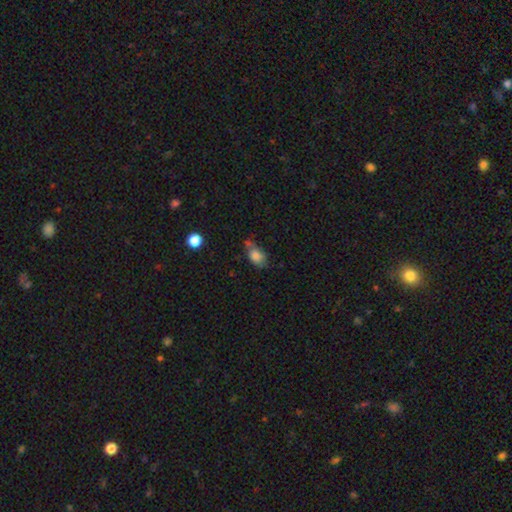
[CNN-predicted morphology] Q: Smooth or featured?
A: smooth (79%); runner-up: featured or disk (12%)
Q: How rounded?
A: in between (76%); runner-up: round (21%)
Q: Merging?
A: none (43%); runner-up: minor disturbance (31%)